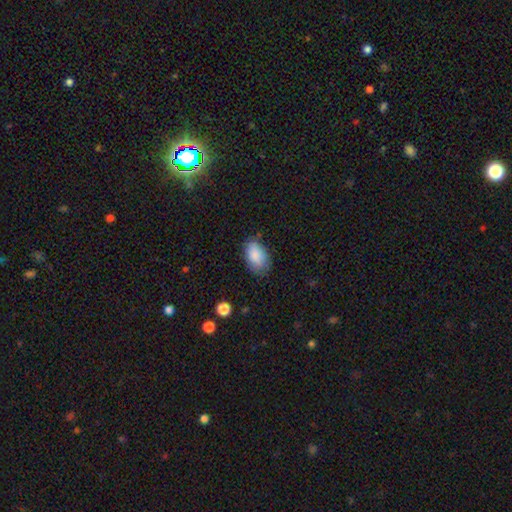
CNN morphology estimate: A smooth galaxy with no disk features (85%) that is in between round and cigar-shaped (91%). Merging: none (67%).